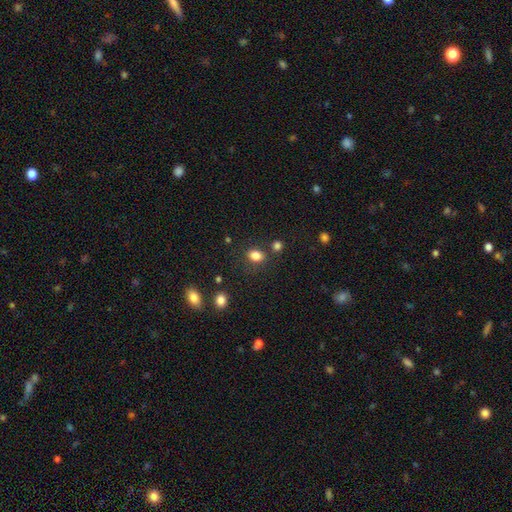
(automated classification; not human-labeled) Smooth or featured? Predicted: smooth (p=0.83). How rounded? Predicted: in between (p=0.64). Merging? Predicted: none (p=0.73).